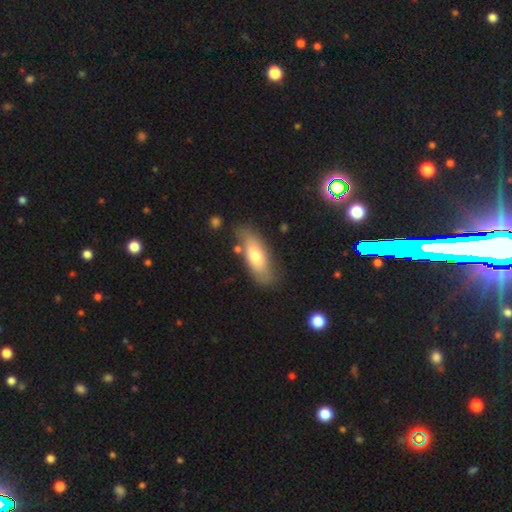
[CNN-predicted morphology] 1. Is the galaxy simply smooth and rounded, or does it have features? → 66% smooth, 27% featured or disk, 6% star or artifact.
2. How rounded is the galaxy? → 72% in between, 25% cigar-shaped, 3% round.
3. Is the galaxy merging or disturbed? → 73% none, 17% minor disturbance, 5% merger, 4% major disturbance.